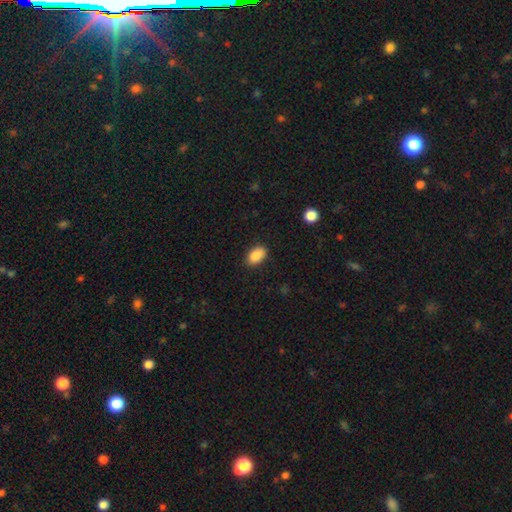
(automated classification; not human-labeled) Smooth or featured? smooth (87%)
How rounded? in between (90%)
Merging? none (83%)